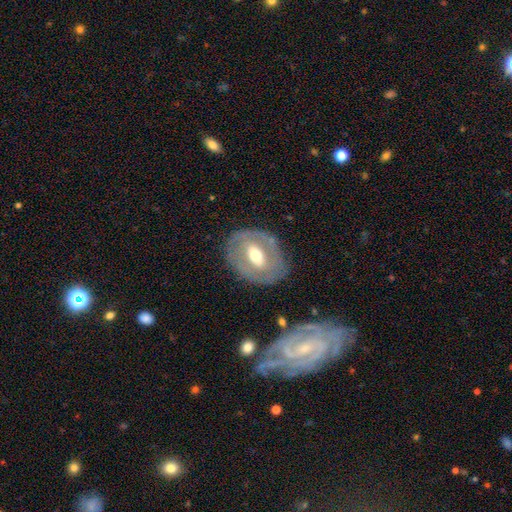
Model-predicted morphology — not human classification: Overall: featured or disk (61%; smooth 33%). Edge-on disk: no (91%). Bar: weak (41%; strong 31%). Spiral arms: no (67%; yes 33%). Bulge size: moderate (69%). Merging: none (78%).